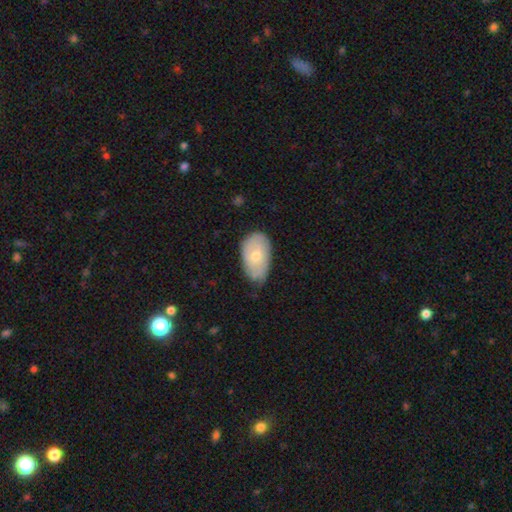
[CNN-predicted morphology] smooth 61%, featured or disk 33%, star or artifact 6%. Down the decision tree: how rounded — in between (92%); merging — none (54%).